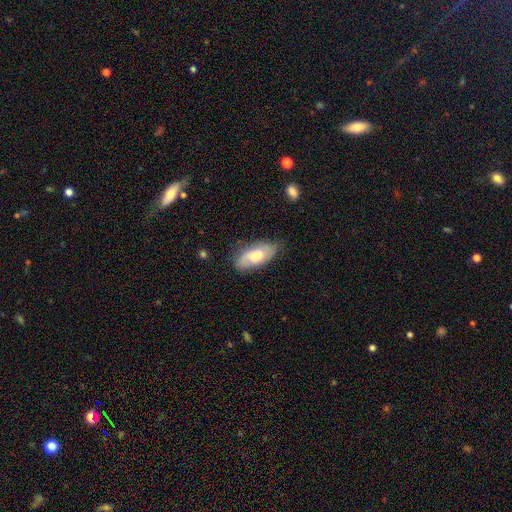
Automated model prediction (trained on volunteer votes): Smooth or featured? Predicted: smooth (p=0.60). How rounded? Predicted: in between (p=0.90). Merging? Predicted: none (p=0.72).